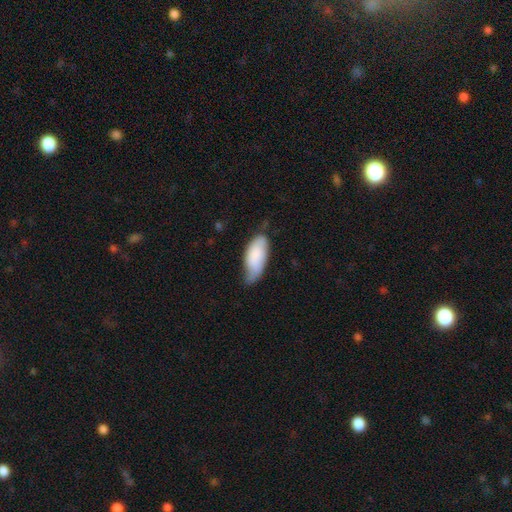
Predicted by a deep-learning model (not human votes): Smooth or featured? Predicted: smooth (p=0.79). How rounded? Predicted: in between (p=0.90). Merging? Predicted: minor disturbance (p=0.49).